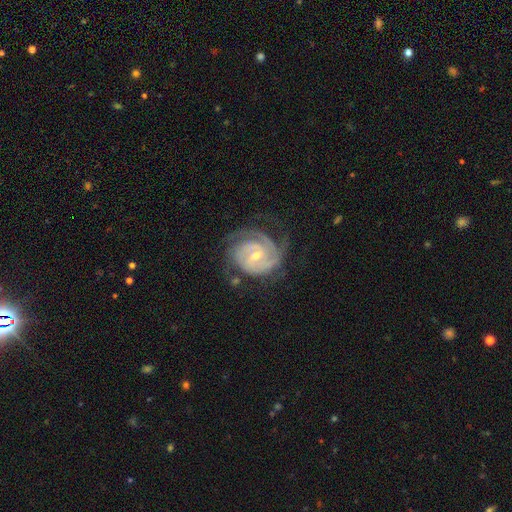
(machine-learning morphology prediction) Smooth or featured? featured or disk (89%)
Edge-on disk? no (98%)
Bar? weak (46%)
Spiral arms? yes (98%)
Spiral winding? tight (72%)
Spiral arm count? 3 (33%)
Bulge size? small (54%)
Merging? none (65%)